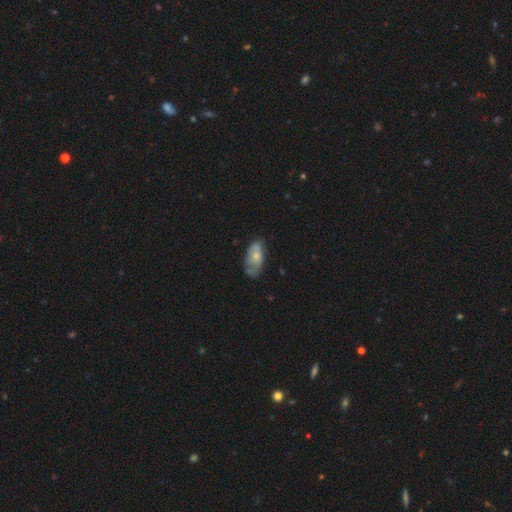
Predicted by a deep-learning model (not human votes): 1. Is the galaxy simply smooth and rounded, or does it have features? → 56% smooth, 37% featured or disk, 7% star or artifact.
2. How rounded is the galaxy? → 90% in between, 6% cigar-shaped, 4% round.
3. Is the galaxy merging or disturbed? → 47% none, 33% minor disturbance, 12% major disturbance, 7% merger.